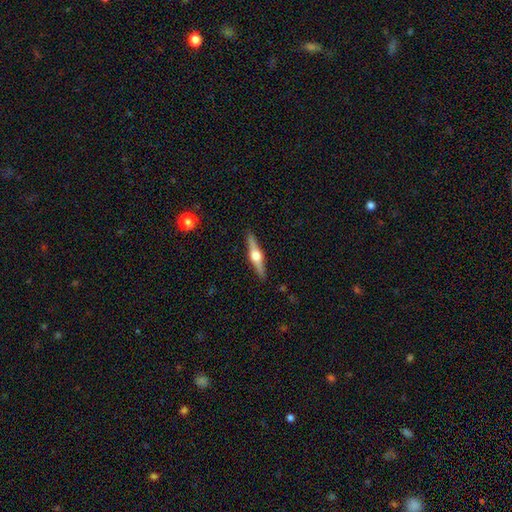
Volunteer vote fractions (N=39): Smooth or featured? featured or disk (77%)
Edge-on disk? yes (100%)
Edge-on bulge? rounded (97%)
Merging? none (86%)